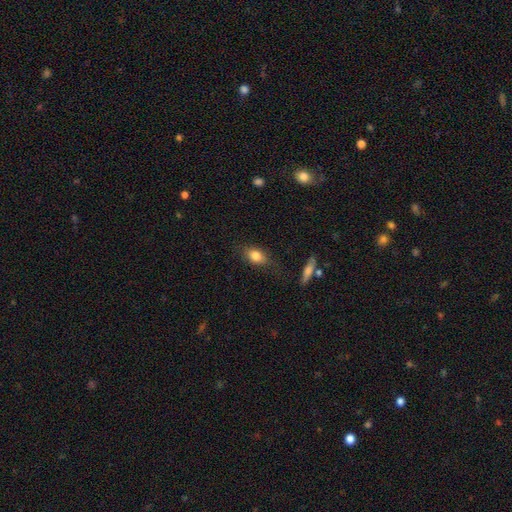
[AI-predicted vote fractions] smooth 81%, featured or disk 10%, star or artifact 8%. Down the decision tree: how rounded — in between (76%); merging — none (75%).